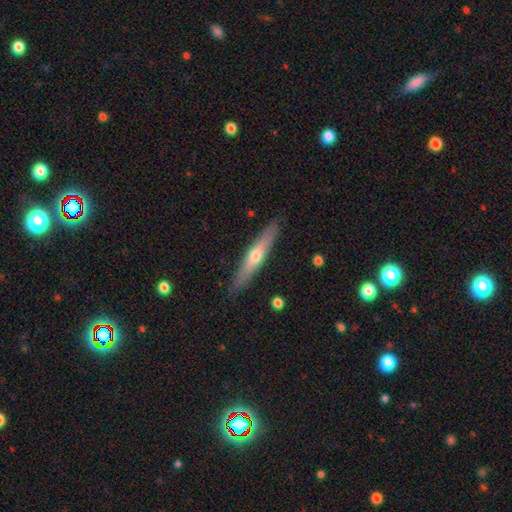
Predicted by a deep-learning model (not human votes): A featured or disk galaxy (52%) viewed edge-on (91%).

Vote fractions:
- Smooth or featured? featured or disk: 52% / smooth: 43% / star or artifact: 5%
- Edge-on disk? yes: 91% / no: 9%
- Merging? none: 89% / minor disturbance: 8% / major disturbance: 2% / merger: 1%